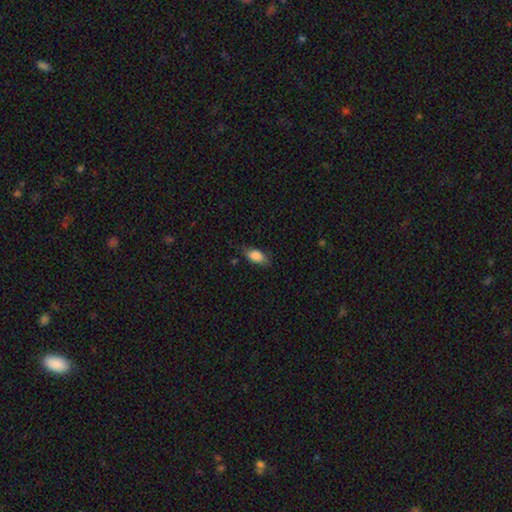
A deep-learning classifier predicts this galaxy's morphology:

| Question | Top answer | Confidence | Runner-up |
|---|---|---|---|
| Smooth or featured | smooth | 84% | featured or disk (8%) |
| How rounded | in between | 87% | cigar-shaped (7%) |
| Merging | none | 69% | minor disturbance (23%) |